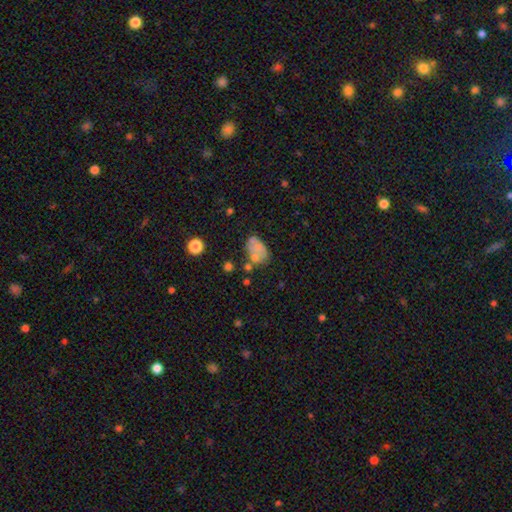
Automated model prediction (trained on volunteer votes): This is possibly a smooth galaxy (55%). How rounded: clearly in between (80%). Merging: possibly none (45%).